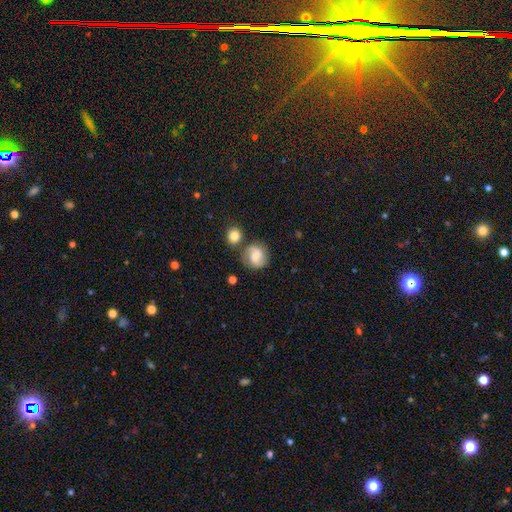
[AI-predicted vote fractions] This is possibly a featured or disk galaxy (53%). It is clearly not viewed edge-on (98%). Bar: possibly weak (47%). Spiral arm pattern: clearly yes (90%). Central bulge: possibly moderate (50%). Merging: likely none (69%).